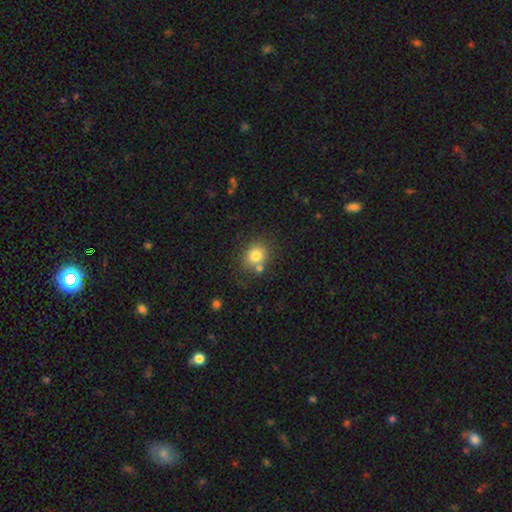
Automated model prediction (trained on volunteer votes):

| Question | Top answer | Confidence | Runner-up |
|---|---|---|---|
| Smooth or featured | smooth | 80% | star or artifact (11%) |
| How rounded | round | 68% | in between (31%) |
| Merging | none | 69% | merger (15%) |